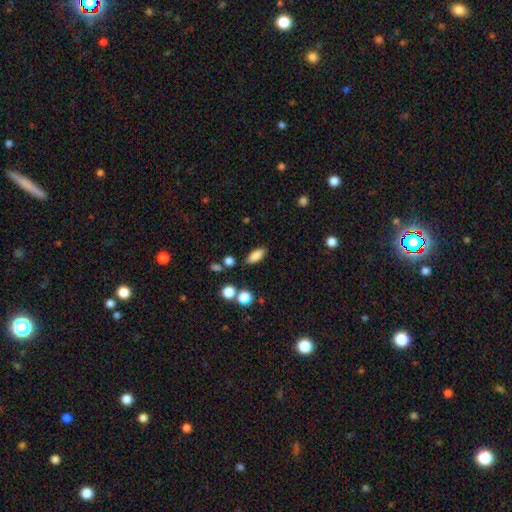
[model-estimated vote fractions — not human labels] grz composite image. It shows a smooth galaxy with no disk features (85%) that is in between round and cigar-shaped (80%). Merging: none (82%).